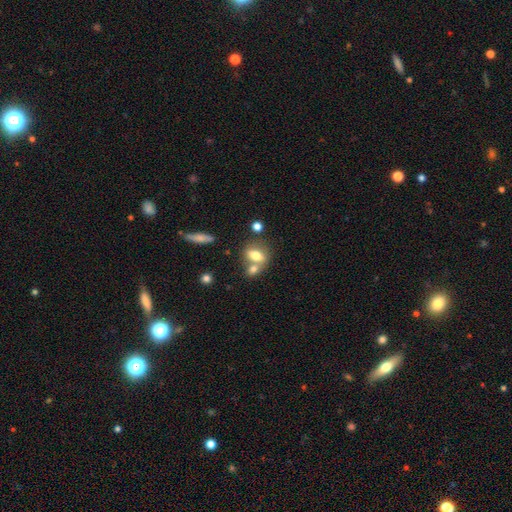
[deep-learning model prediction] Q: Smooth or featured?
A: smooth (71%); runner-up: featured or disk (20%)
Q: How rounded?
A: in between (71%); runner-up: round (23%)
Q: Merging?
A: merger (43%); runner-up: none (42%)